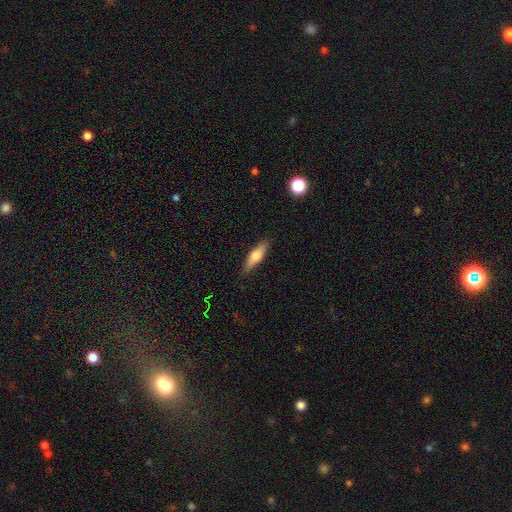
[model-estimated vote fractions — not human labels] A smooth galaxy with no disk features (65%) that is cigar-shaped (58%). Merging: none (85%).